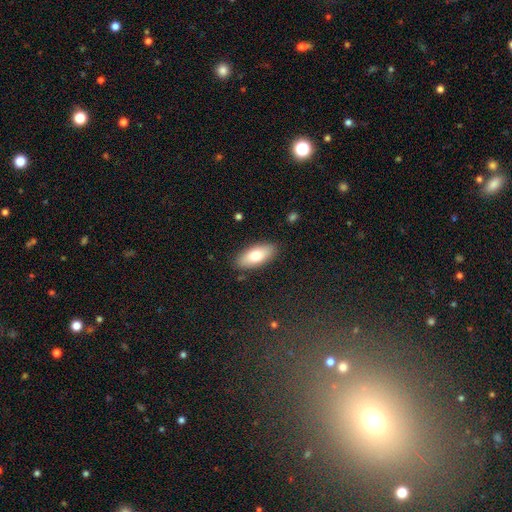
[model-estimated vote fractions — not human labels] Smooth or featured?
  - smooth: 76% *
  - featured or disk: 18%
  - star or artifact: 6%
How rounded?
  - in between: 85% *
  - cigar-shaped: 12%
  - round: 2%
Merging?
  - none: 87% *
  - minor disturbance: 9%
  - major disturbance: 2%
  - merger: 1%